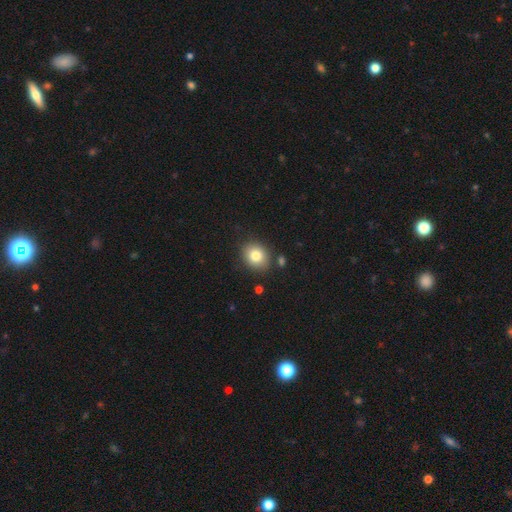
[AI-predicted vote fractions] smooth-or-featured: smooth: 82% | star or artifact: 10% | featured or disk: 9%
  how-rounded: round: 59% | in between: 40% | cigar-shaped: 1%
  merging: none: 84% | minor disturbance: 10% | merger: 4% | major disturbance: 3%